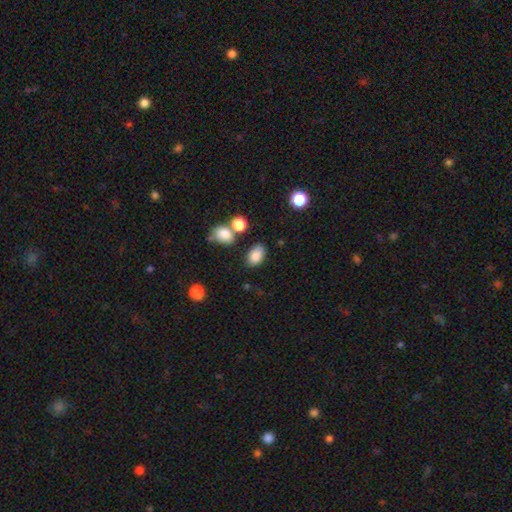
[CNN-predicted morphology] smooth_or_featured: smooth (p=0.85) [alt: star or artifact p=0.09]
how_rounded: in between (p=0.88) [alt: round p=0.10]
merging: none (p=0.74) [alt: minor disturbance p=0.14]